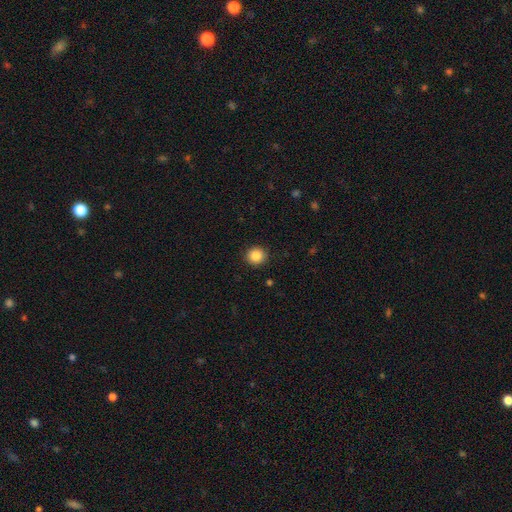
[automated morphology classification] Smooth or featured?
  - smooth: 86% *
  - star or artifact: 10%
  - featured or disk: 4%
How rounded?
  - round: 91% *
  - in between: 8%
  - cigar-shaped: 1%
Merging?
  - none: 91% *
  - minor disturbance: 6%
  - major disturbance: 2%
  - merger: 1%